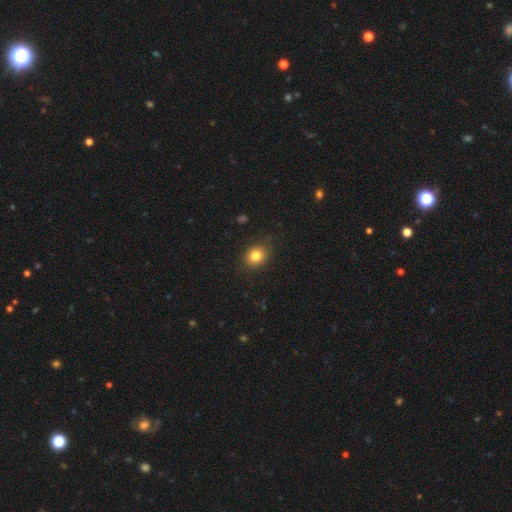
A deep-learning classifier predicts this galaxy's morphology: This is clearly a smooth galaxy (82%). How rounded: likely round (65%). Merging: clearly none (84%).